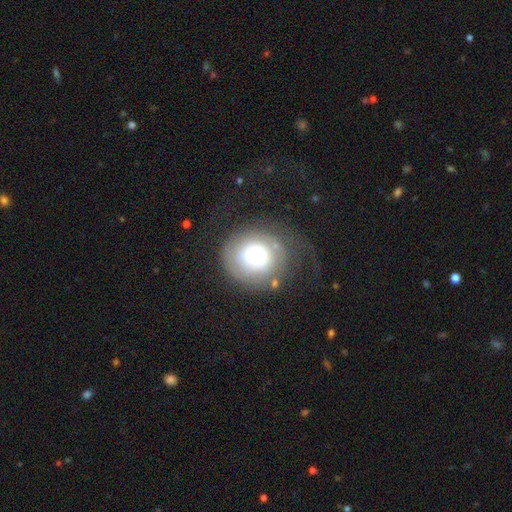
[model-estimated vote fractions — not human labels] Smooth or featured? Predicted: smooth (p=0.57). How rounded? Predicted: round (p=0.88). Merging? Predicted: none (p=0.55).